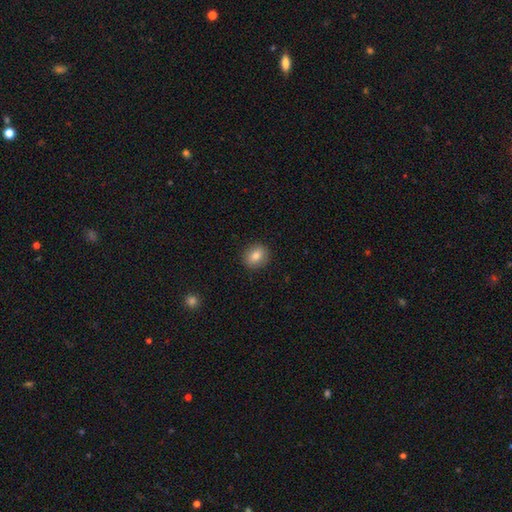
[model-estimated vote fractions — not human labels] Smooth or featured?
  - smooth: 83% *
  - star or artifact: 9%
  - featured or disk: 8%
How rounded?
  - round: 67% *
  - in between: 32%
  - cigar-shaped: 1%
Merging?
  - none: 90% *
  - minor disturbance: 7%
  - major disturbance: 2%
  - merger: 1%